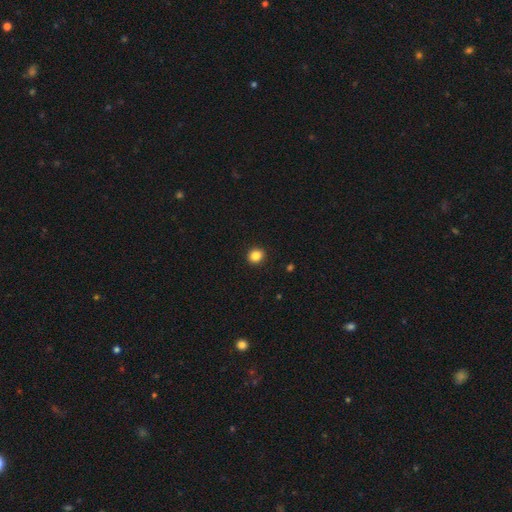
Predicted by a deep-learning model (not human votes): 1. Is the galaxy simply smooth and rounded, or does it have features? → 85% smooth, 11% star or artifact, 5% featured or disk.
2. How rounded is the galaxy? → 80% round, 19% in between, 1% cigar-shaped.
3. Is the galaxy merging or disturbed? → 93% none, 5% minor disturbance, 2% major disturbance, 1% merger.